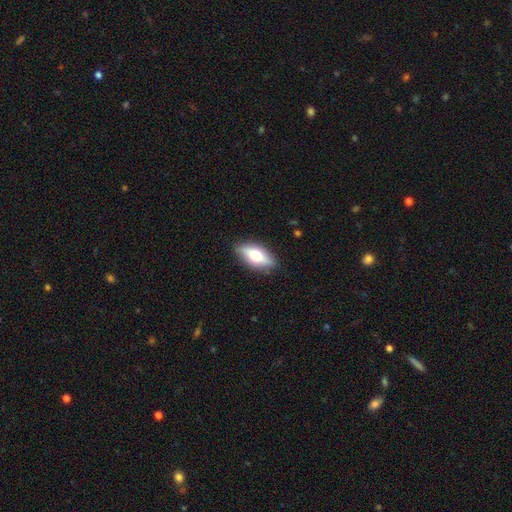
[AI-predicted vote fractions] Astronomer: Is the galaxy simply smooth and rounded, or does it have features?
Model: smooth — 53% (runner-up: featured or disk, 40%).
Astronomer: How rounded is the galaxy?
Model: in between — 79%.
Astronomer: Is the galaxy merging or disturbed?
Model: none — 85%.